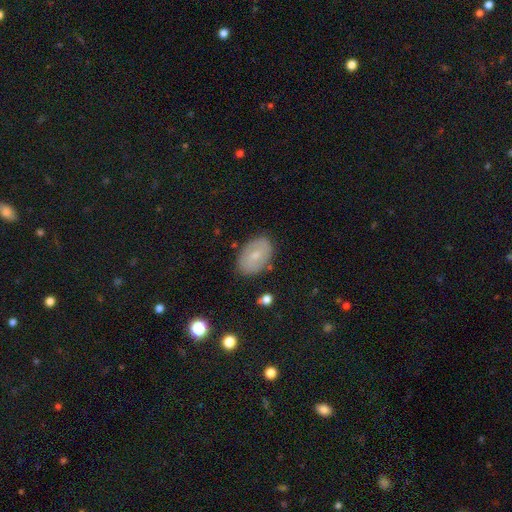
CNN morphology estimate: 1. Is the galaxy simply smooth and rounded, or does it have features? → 55% smooth, 37% featured or disk, 8% star or artifact.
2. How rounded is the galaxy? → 89% in between, 10% round, 1% cigar-shaped.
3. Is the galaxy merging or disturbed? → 84% none, 12% minor disturbance, 3% major disturbance, 1% merger.